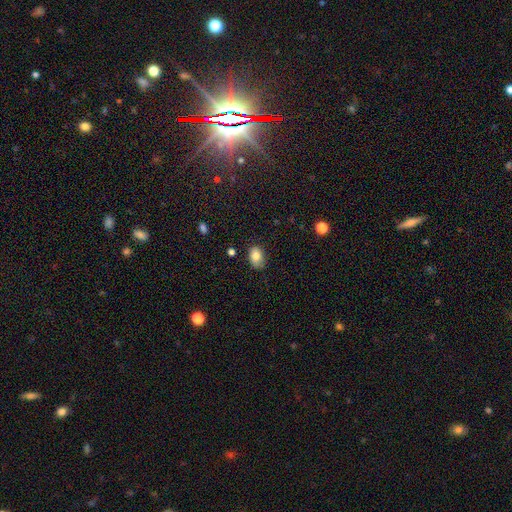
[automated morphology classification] This is clearly a smooth galaxy (84%). How rounded: clearly in between (82%). Merging: likely none (71%).